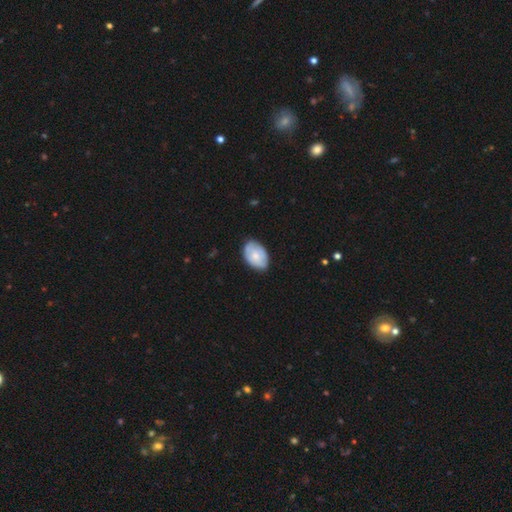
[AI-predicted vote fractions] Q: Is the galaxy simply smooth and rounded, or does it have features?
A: smooth — 63%.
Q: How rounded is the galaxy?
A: in between — 88%.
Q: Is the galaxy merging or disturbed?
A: none — 75%.